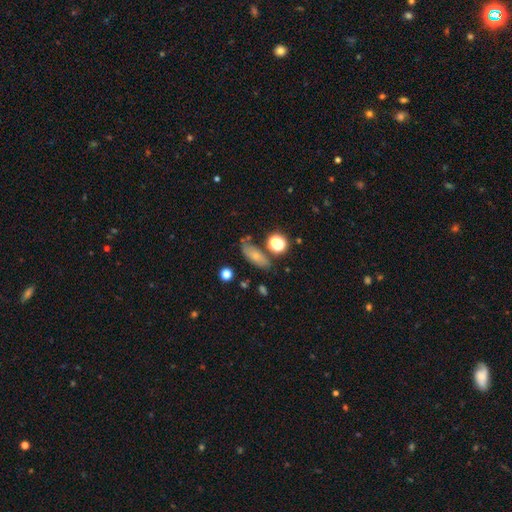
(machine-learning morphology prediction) A smooth galaxy with no disk features (68%) that is in between round and cigar-shaped (65%). Merging: none (68%).